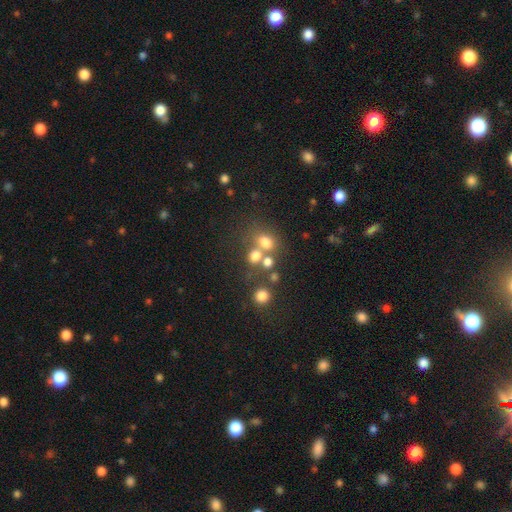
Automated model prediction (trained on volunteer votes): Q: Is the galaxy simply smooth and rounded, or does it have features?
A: smooth — 68%.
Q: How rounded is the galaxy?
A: round — 63%.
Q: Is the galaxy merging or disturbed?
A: none — 44%.